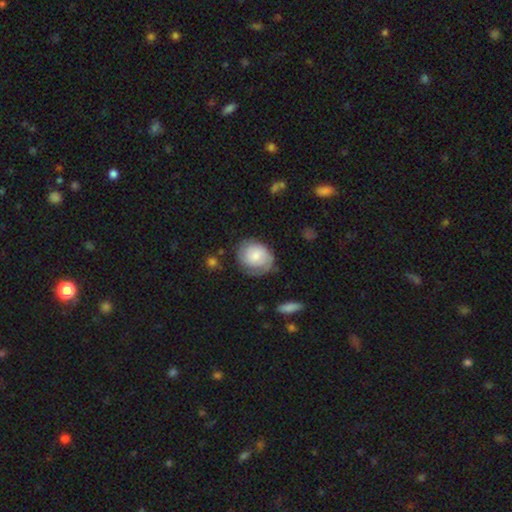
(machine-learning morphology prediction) A smooth galaxy with no disk features (52%) that is round (64%).

Vote fractions:
- Smooth or featured? smooth: 52% / featured or disk: 41% / star or artifact: 7%
- How rounded? round: 64% / in between: 35% / cigar-shaped: 1%
- Merging? none: 67% / minor disturbance: 22% / major disturbance: 9% / merger: 2%